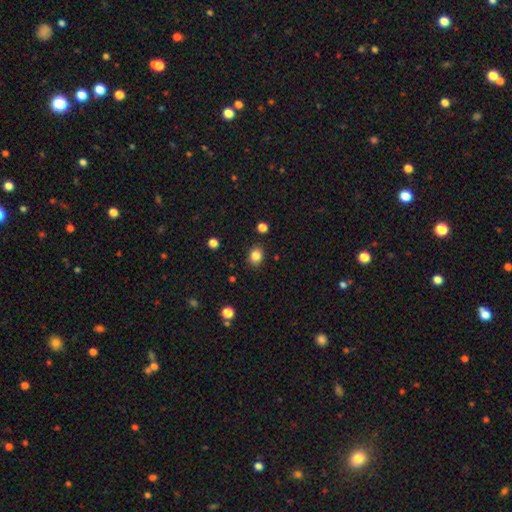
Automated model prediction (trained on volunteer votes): This appears to be a smooth galaxy with no disk features (84%) that is round (58%). Merging: none (87%).